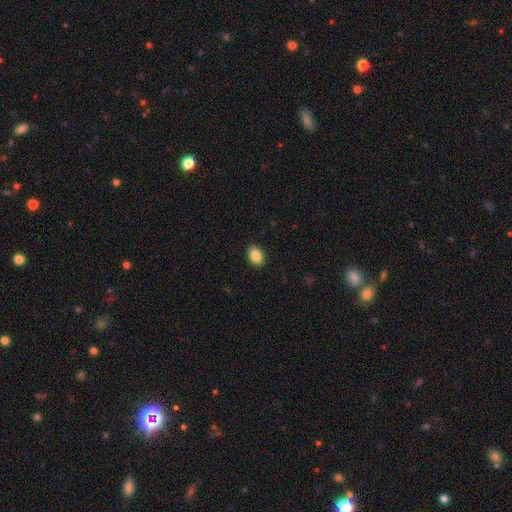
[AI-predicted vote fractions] A smooth galaxy with no disk features (86%) that is in between round and cigar-shaped (80%).

Vote fractions:
- Smooth or featured? smooth: 86% / star or artifact: 8% / featured or disk: 6%
- How rounded? in between: 80% / round: 19% / cigar-shaped: 1%
- Merging? none: 90% / minor disturbance: 7% / major disturbance: 2% / merger: 1%